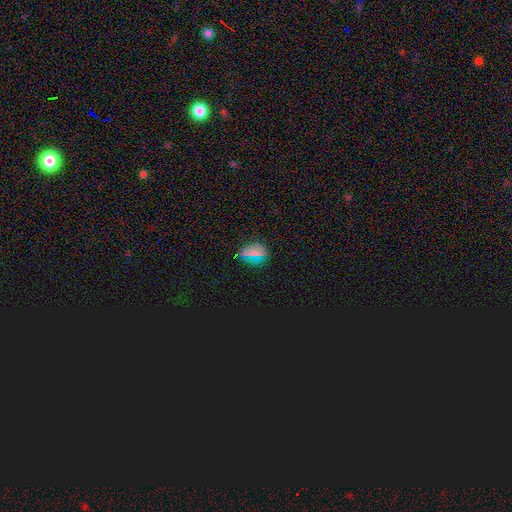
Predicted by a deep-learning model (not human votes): A smooth galaxy with no disk features (59%) that is round (53%). Merging: none (84%).